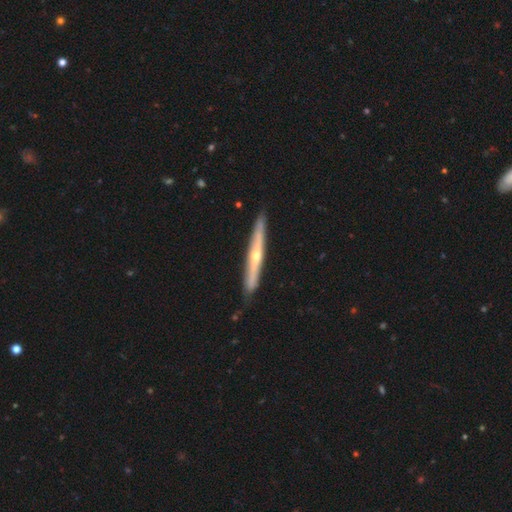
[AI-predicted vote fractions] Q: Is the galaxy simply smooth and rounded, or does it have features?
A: featured or disk — 71%.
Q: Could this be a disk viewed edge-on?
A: yes — 95%.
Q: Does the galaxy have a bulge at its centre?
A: rounded — 82%.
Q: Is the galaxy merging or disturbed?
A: none — 89%.